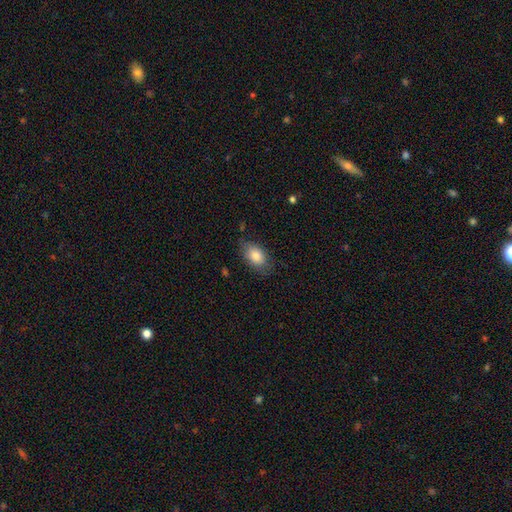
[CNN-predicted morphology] A smooth galaxy with no disk features (83%) that is in between round and cigar-shaped (89%). Merging: none (72%).